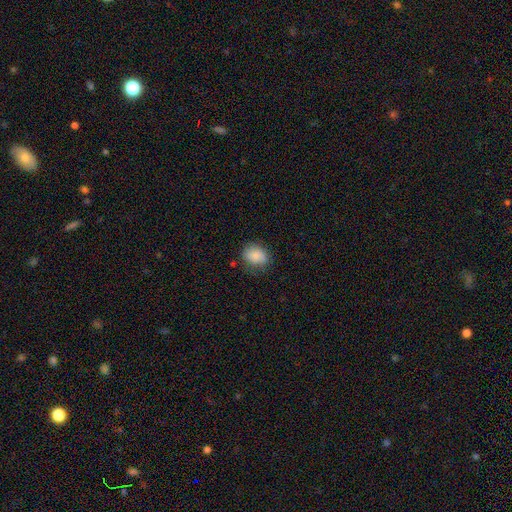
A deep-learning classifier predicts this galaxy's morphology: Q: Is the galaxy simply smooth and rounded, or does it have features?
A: smooth — 87%.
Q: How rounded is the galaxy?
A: in between — 59%.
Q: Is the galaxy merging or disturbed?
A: none — 73%.